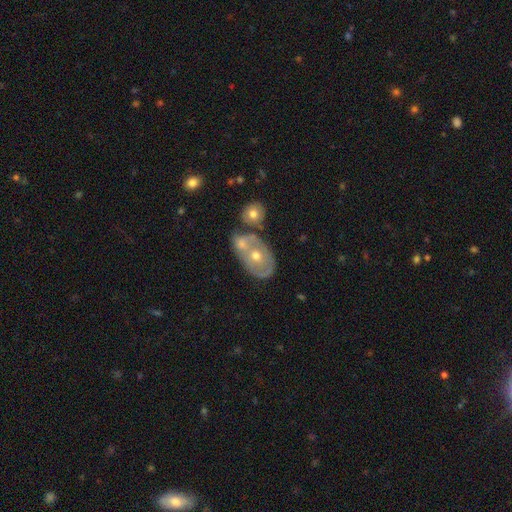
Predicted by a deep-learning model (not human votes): Q: Smooth or featured?
A: featured or disk (62%); runner-up: smooth (30%)
Q: Edge-on disk?
A: no (94%); runner-up: yes (6%)
Q: Bar?
A: no (86%); runner-up: weak (11%)
Q: Spiral arms?
A: no (64%); runner-up: yes (36%)
Q: Bulge size?
A: moderate (69%); runner-up: small (26%)
Q: Merging?
A: merger (44%); runner-up: none (36%)